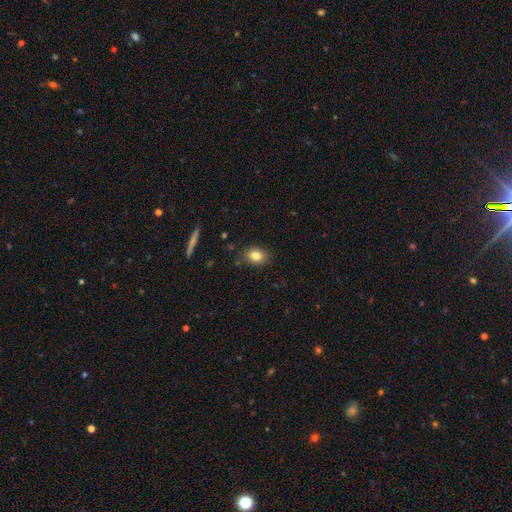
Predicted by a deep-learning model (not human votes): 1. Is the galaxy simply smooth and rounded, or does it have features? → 82% smooth, 10% star or artifact, 8% featured or disk.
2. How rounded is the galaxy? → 60% in between, 38% round, 2% cigar-shaped.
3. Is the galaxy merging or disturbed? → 84% none, 12% minor disturbance, 3% major disturbance, 2% merger.